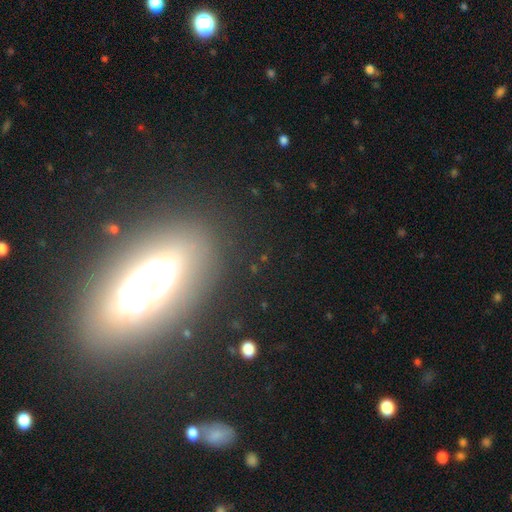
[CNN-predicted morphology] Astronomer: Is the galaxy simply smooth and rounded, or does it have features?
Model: featured or disk — 51% (runner-up: smooth, 31%).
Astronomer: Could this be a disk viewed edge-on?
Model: no — 59% (runner-up: yes, 41%).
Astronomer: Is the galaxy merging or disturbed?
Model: none — 83%.